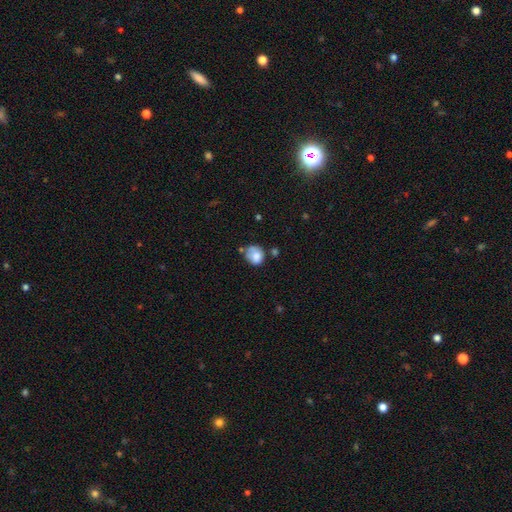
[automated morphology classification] A smooth galaxy with no disk features (75%) that is round (67%).

Vote fractions:
- Smooth or featured? smooth: 75% / featured or disk: 16% / star or artifact: 9%
- How rounded? round: 67% / in between: 32% / cigar-shaped: 1%
- Merging? none: 42% / minor disturbance: 30% / merger: 15% / major disturbance: 13%